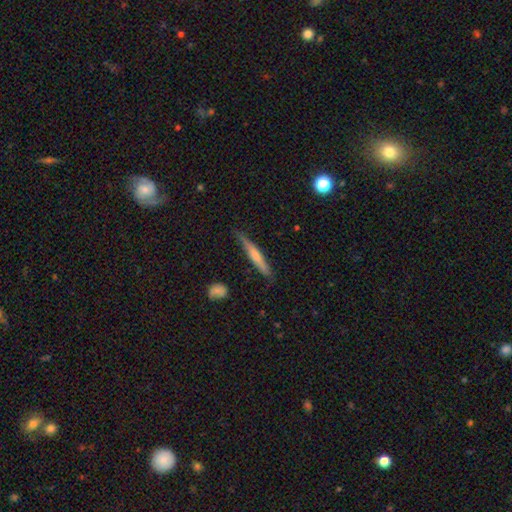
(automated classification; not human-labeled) A smooth galaxy with no disk features (54%) that is cigar-shaped (93%). Merging: none (78%).